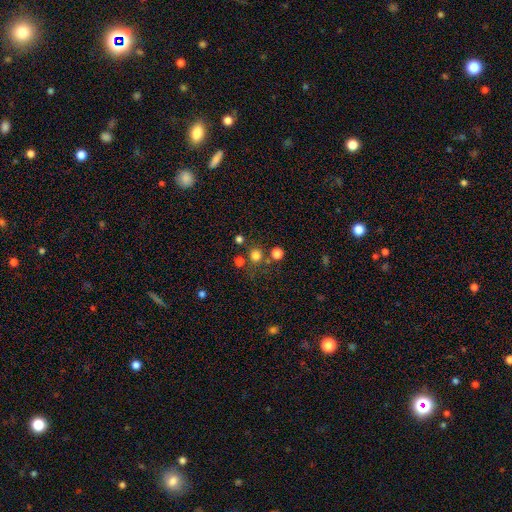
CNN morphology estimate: smooth_or_featured: smooth (p=0.76) [alt: star or artifact p=0.18]
how_rounded: round (p=0.91) [alt: in between p=0.09]
merging: none (p=0.73) [alt: merger p=0.13]